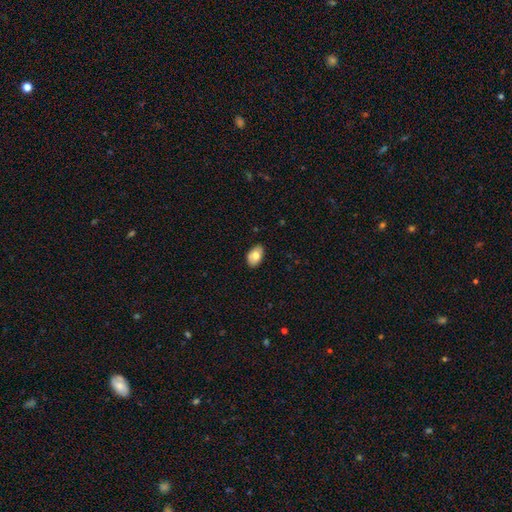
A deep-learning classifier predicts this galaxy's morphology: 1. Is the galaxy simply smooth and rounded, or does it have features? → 74% smooth, 19% featured or disk, 7% star or artifact.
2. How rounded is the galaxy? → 91% in between, 8% round, 1% cigar-shaped.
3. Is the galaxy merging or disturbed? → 83% none, 14% minor disturbance, 2% major disturbance, 1% merger.